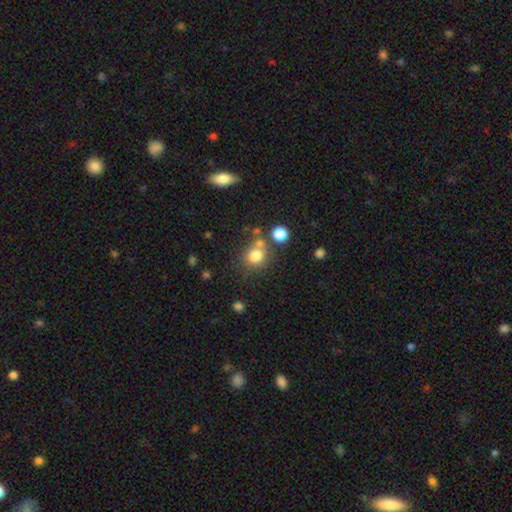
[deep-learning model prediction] The model was most divided on "merging": none: 60%, merger: 22%, minor disturbance: 12%, major disturbance: 5%. More confident: how rounded — round (81%); smooth or featured — smooth (77%).